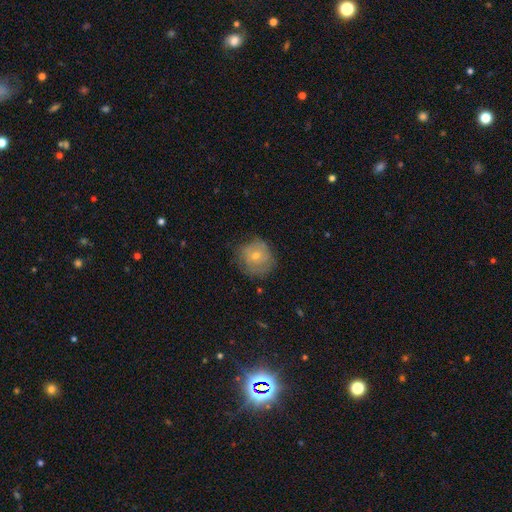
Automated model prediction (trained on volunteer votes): The model was most divided on "smooth or featured" (2-way tie): featured or disk: 44%, smooth: 44%, star or artifact: 12%. More confident: merging — none (74%).